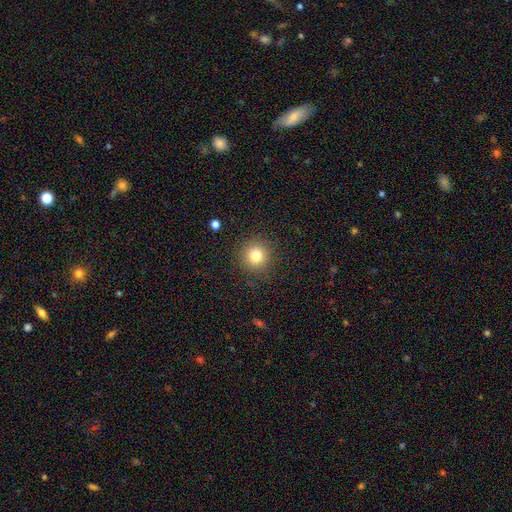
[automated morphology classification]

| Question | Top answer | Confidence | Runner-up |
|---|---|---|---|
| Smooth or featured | smooth | 80% | star or artifact (13%) |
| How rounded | round | 94% | in between (5%) |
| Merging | none | 89% | minor disturbance (7%) |